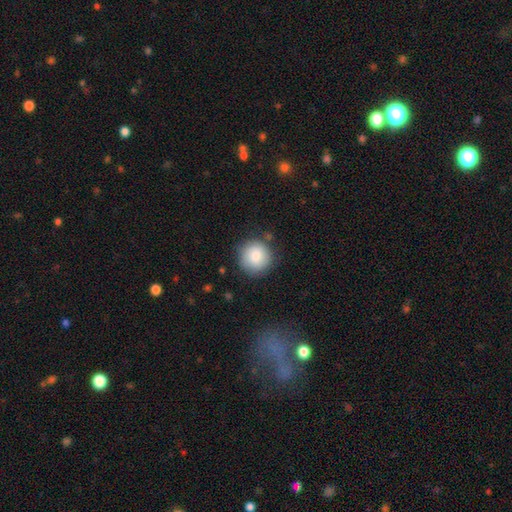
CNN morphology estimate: Smooth or featured? smooth (85%)
How rounded? round (93%)
Merging? none (82%)